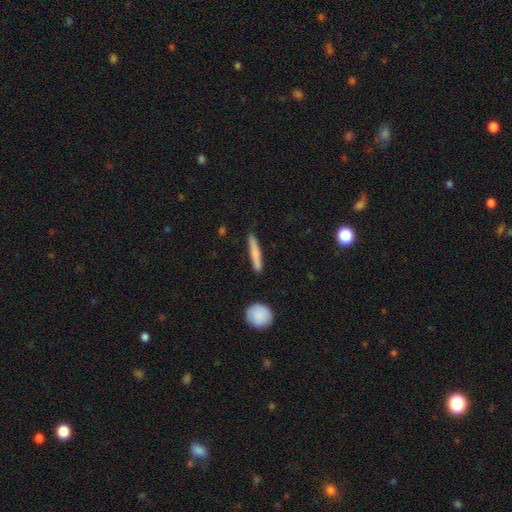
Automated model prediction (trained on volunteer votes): Q: Smooth or featured?
A: smooth (74%); runner-up: featured or disk (20%)
Q: How rounded?
A: cigar-shaped (94%); runner-up: in between (4%)
Q: Merging?
A: none (85%); runner-up: minor disturbance (10%)